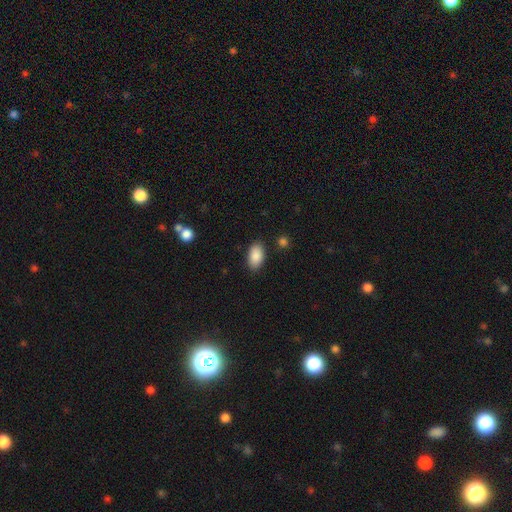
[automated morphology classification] A smooth galaxy with no disk features (88%) that is in between round and cigar-shaped (94%).

Vote fractions:
- Smooth or featured? smooth: 88% / star or artifact: 7% / featured or disk: 5%
- How rounded? in between: 94% / round: 4% / cigar-shaped: 2%
- Merging? none: 86% / minor disturbance: 10% / major disturbance: 3% / merger: 2%